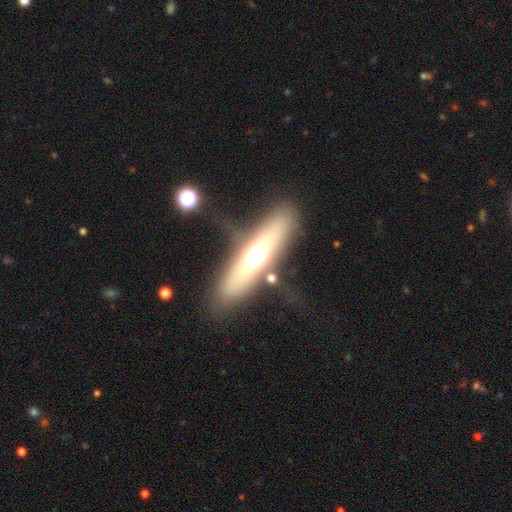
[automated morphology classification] Smooth or featured: featured or disk — 49% (smooth — 41%)
Merging: none — 69% (minor disturbance — 15%)